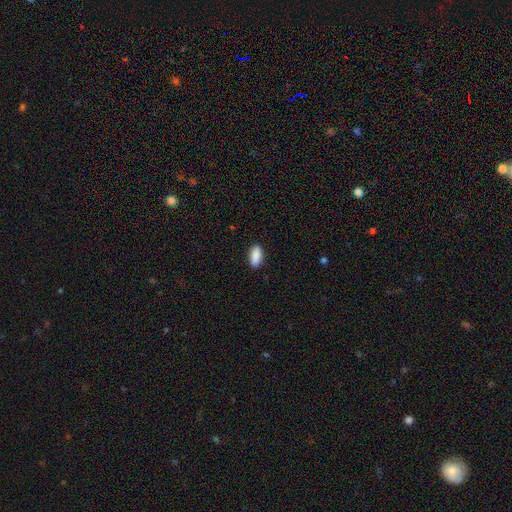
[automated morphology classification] smooth_or_featured: smooth (p=0.90) [alt: star or artifact p=0.06]
how_rounded: in between (p=0.88) [alt: cigar-shaped p=0.10]
merging: none (p=0.89) [alt: minor disturbance p=0.09]